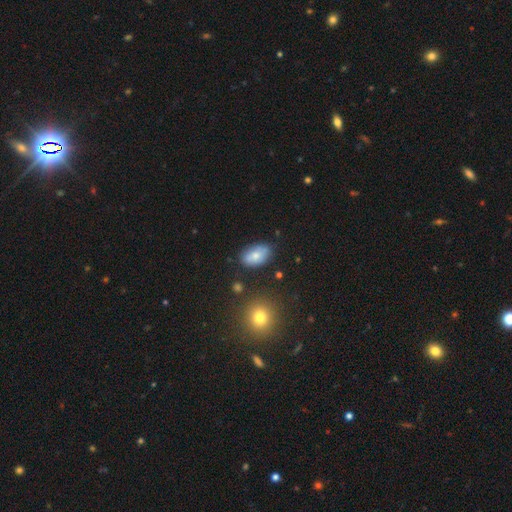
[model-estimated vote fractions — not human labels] A smooth galaxy with no disk features (73%) that is in between round and cigar-shaped (91%). Merging: none (74%).